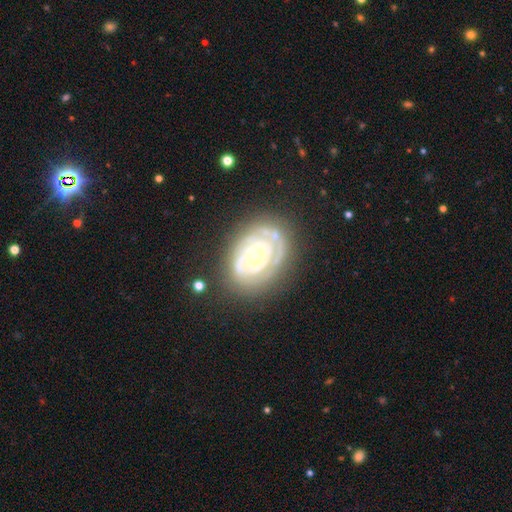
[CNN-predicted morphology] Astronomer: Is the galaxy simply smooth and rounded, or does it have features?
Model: featured or disk — 82%.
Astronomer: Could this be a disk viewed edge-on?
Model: no — 96%.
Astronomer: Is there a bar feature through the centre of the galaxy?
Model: no — 83%.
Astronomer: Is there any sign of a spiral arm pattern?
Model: yes — 76%.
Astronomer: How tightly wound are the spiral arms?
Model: tight — 77%.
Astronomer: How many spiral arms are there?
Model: can't tell — 40% (runner-up: 2, 25%).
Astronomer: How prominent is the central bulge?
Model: moderate — 50% (runner-up: small, 44%).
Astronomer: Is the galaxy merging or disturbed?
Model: none — 69%.